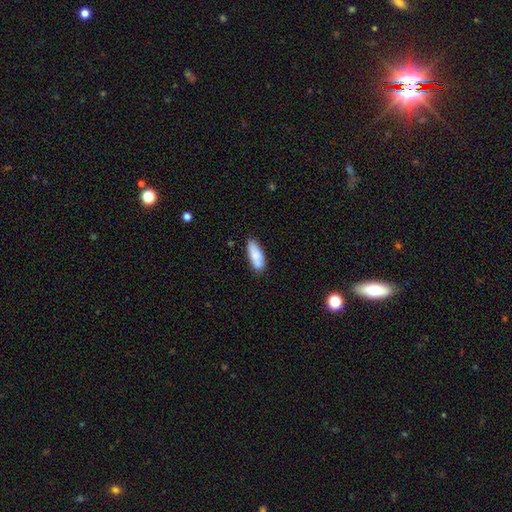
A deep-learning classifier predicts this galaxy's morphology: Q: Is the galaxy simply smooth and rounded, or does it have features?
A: smooth — 81%.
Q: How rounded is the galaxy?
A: in between — 70%.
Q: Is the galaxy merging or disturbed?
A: none — 73%.